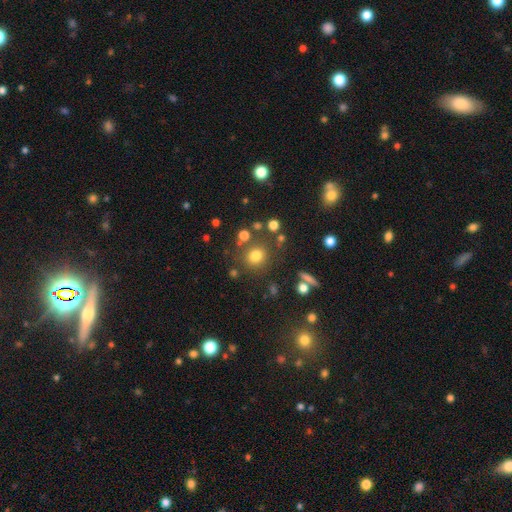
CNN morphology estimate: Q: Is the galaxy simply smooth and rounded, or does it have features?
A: smooth — 75%.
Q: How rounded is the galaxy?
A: round — 86%.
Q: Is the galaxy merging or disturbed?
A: none — 78%.